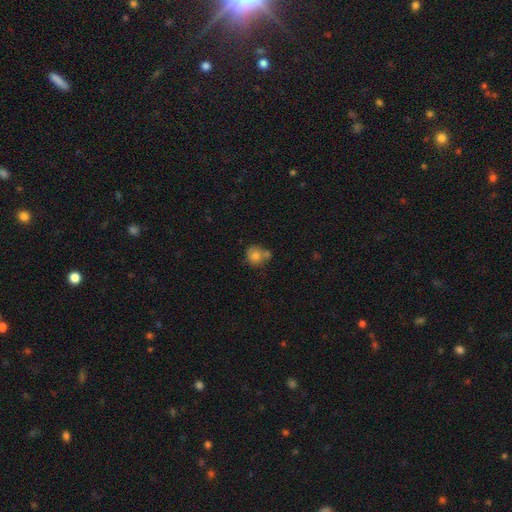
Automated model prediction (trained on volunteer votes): This appears to be a smooth galaxy with no disk features (75%) that is round (82%). Merging: none (47%).